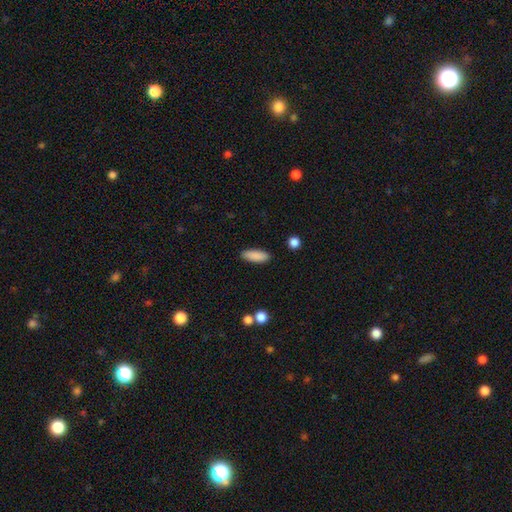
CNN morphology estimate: type=smooth (89%); roundness=in between (69%); merging=none (89%).